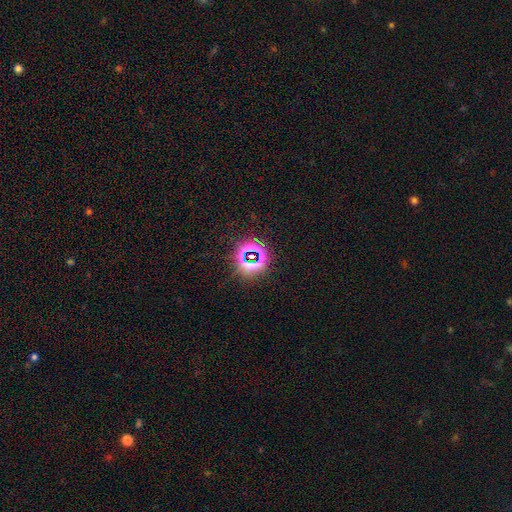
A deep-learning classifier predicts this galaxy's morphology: Q: Smooth or featured?
A: star or artifact (72%); runner-up: smooth (19%)